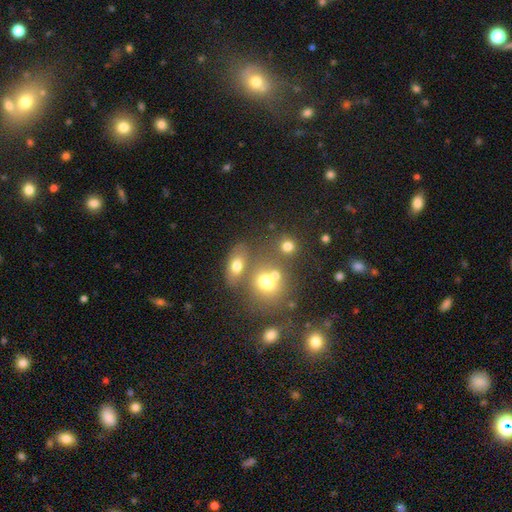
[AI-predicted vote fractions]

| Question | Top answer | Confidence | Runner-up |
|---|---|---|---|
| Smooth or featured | smooth | 52% | star or artifact (36%) |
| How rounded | round | 81% | in between (18%) |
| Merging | none | 56% | merger (32%) |